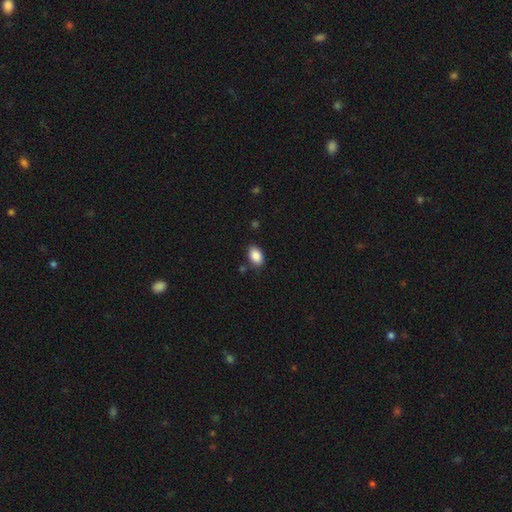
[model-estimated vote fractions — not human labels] Morphology: type=smooth (88%); roundness=in between (90%); merging=none (83%).